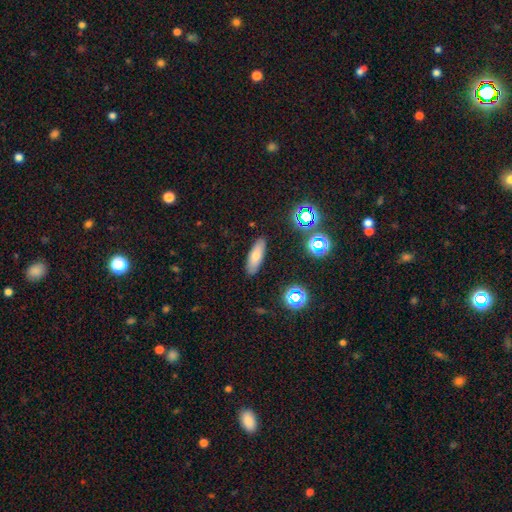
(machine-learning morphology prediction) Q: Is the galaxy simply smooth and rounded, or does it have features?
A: smooth — 72%.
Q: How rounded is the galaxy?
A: in between — 52%.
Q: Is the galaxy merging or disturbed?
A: none — 88%.